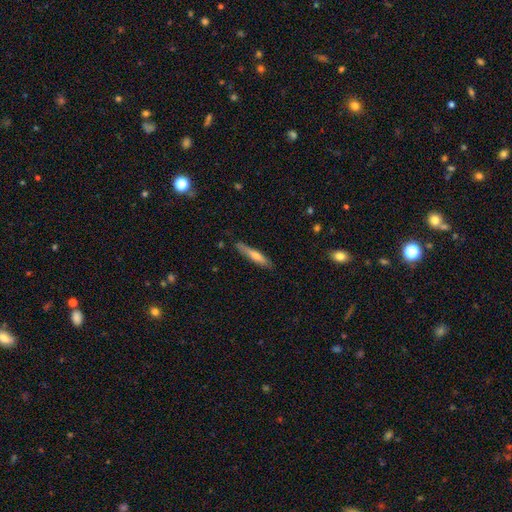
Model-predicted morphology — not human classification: A smooth galaxy with no disk features (53%) that is cigar-shaped (89%).

Vote fractions:
- Smooth or featured? smooth: 53% / featured or disk: 41% / star or artifact: 6%
- How rounded? cigar-shaped: 89% / in between: 10% / round: 2%
- Merging? none: 81% / minor disturbance: 15% / major disturbance: 2% / merger: 2%